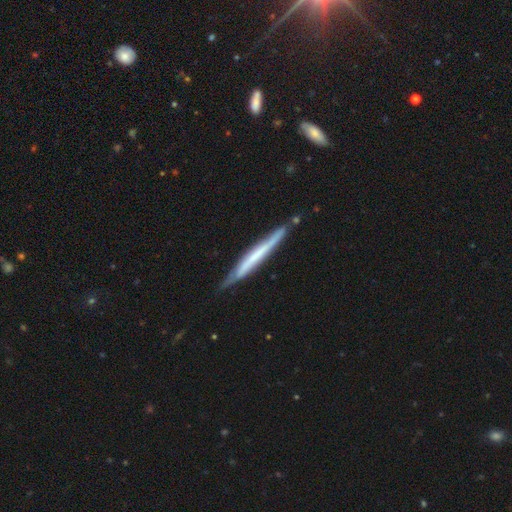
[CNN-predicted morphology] Smooth or featured?
  - featured or disk: 57% *
  - smooth: 38%
  - star or artifact: 5%
Edge-on disk?
  - yes: 93% *
  - no: 7%
Edge-on bulge?
  - none: 75% *
  - boxy: 12%
  - rounded: 12%
Merging?
  - none: 76% *
  - minor disturbance: 19%
  - major disturbance: 3%
  - merger: 3%